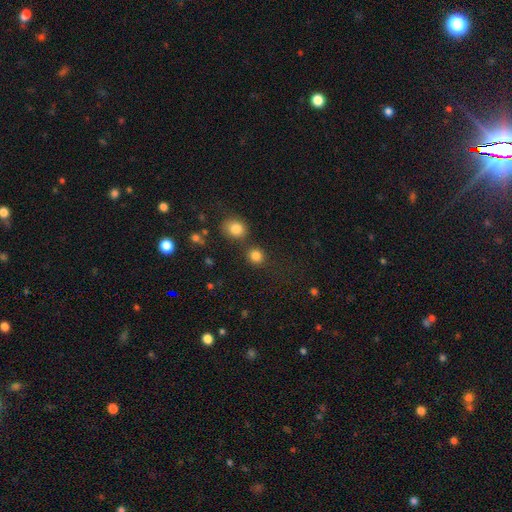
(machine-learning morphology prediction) smooth_or_featured: smooth (p=0.83) [alt: star or artifact p=0.12]
how_rounded: round (p=0.84) [alt: in between p=0.15]
merging: none (p=0.71) [alt: merger p=0.17]